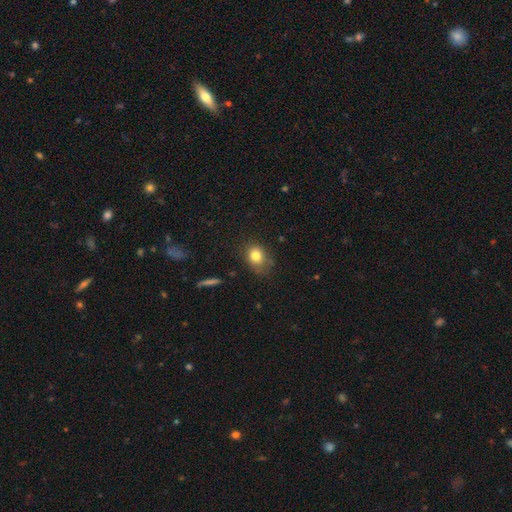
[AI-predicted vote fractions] This appears to be a smooth galaxy with no disk features (80%) that is in between round and cigar-shaped (52%). Merging: none (68%).